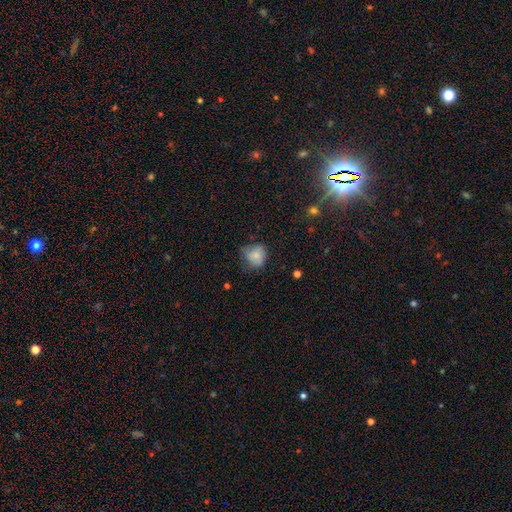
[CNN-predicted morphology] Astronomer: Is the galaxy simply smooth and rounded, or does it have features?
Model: smooth — 76%.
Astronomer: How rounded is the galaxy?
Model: round — 69%.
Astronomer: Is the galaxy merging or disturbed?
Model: none — 52% (runner-up: minor disturbance, 33%).